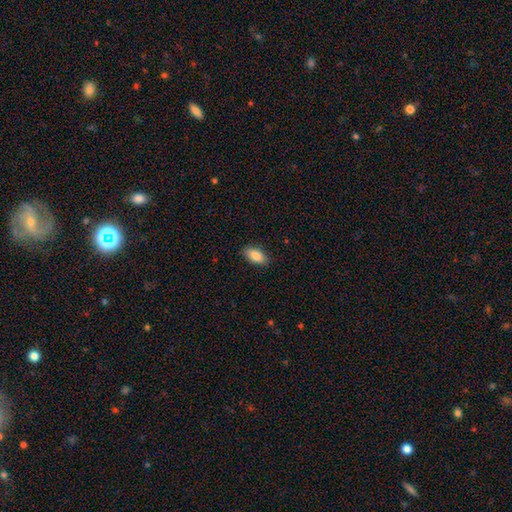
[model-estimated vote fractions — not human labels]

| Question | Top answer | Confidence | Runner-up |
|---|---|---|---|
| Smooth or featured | smooth | 86% | star or artifact (7%) |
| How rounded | in between | 91% | cigar-shaped (5%) |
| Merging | none | 86% | minor disturbance (11%) |